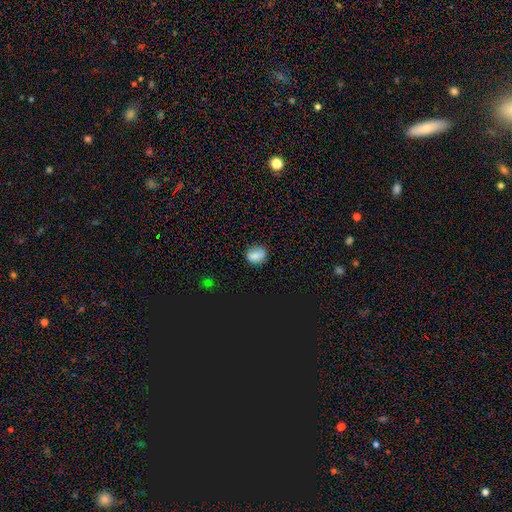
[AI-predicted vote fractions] Q: Smooth or featured?
A: smooth (78%); runner-up: star or artifact (14%)
Q: How rounded?
A: in between (50%); runner-up: round (47%)
Q: Merging?
A: none (80%); runner-up: minor disturbance (15%)